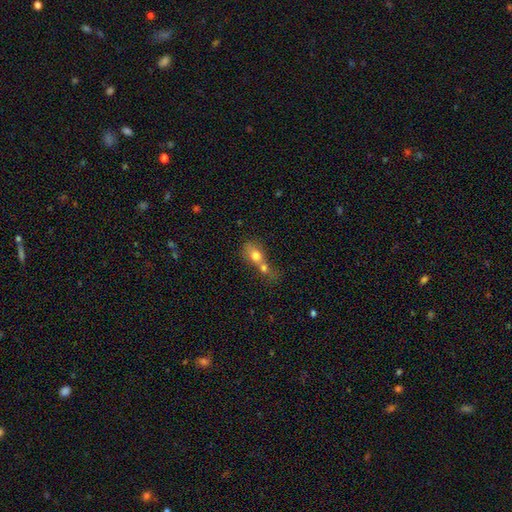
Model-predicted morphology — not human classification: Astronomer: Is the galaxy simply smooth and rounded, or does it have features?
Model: smooth — 72%.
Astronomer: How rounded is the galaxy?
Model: in between — 55% (runner-up: round, 41%).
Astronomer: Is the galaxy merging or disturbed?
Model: merger — 71%.